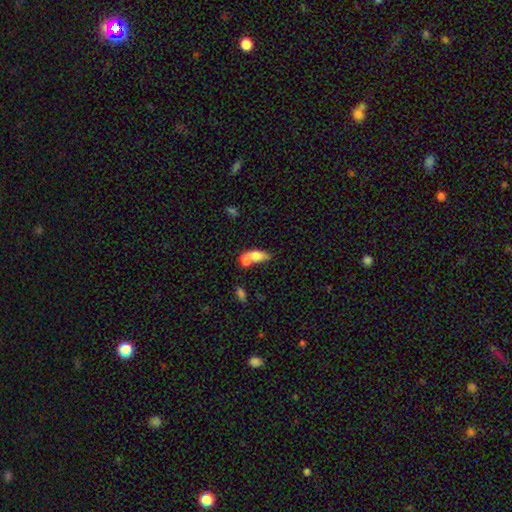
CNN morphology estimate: Smooth or featured? smooth (72%)
How rounded? in between (78%)
Merging? merger (63%)